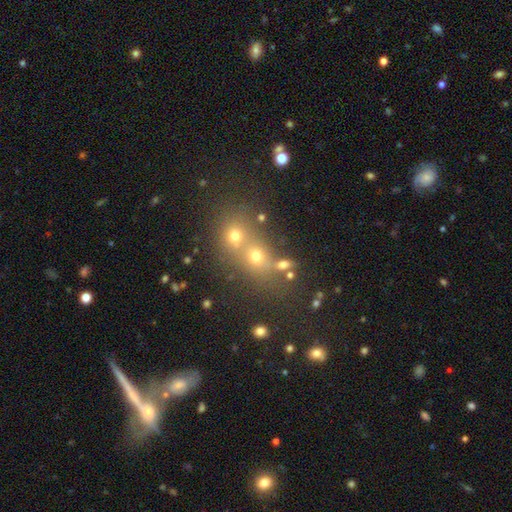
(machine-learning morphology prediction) smooth-or-featured: smooth: 47% | star or artifact: 33% | featured or disk: 20%
  merging: merger: 47% | none: 41% | minor disturbance: 8% | major disturbance: 5%